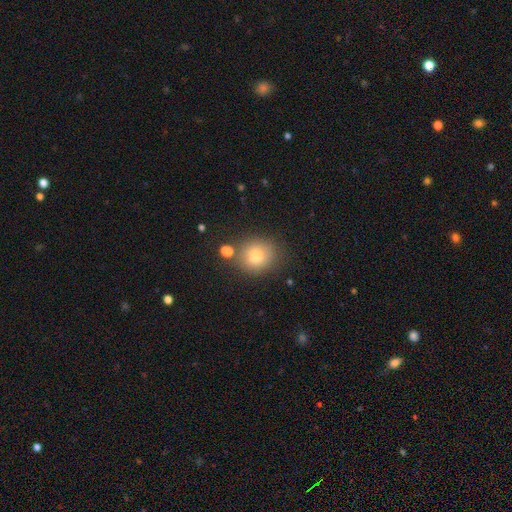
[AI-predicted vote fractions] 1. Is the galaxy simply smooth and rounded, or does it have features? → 79% smooth, 11% star or artifact, 9% featured or disk.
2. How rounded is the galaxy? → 76% round, 23% in between, 1% cigar-shaped.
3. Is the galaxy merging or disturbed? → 76% none, 13% minor disturbance, 7% merger, 4% major disturbance.